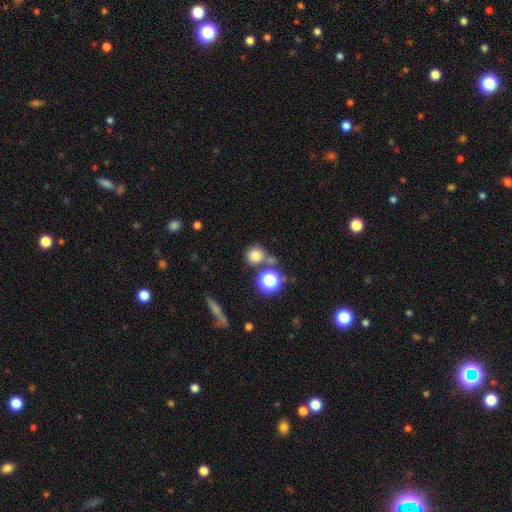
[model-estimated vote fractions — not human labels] The model was most divided on "merging": none: 64%, merger: 21%, minor disturbance: 11%, major disturbance: 4%. More confident: how rounded — round (88%); smooth or featured — smooth (76%).